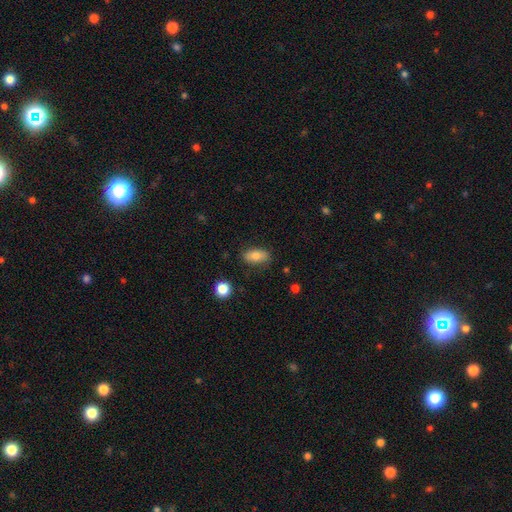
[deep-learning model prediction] A smooth galaxy with no disk features (77%) that is in between round and cigar-shaped (87%). Merging: none (81%).